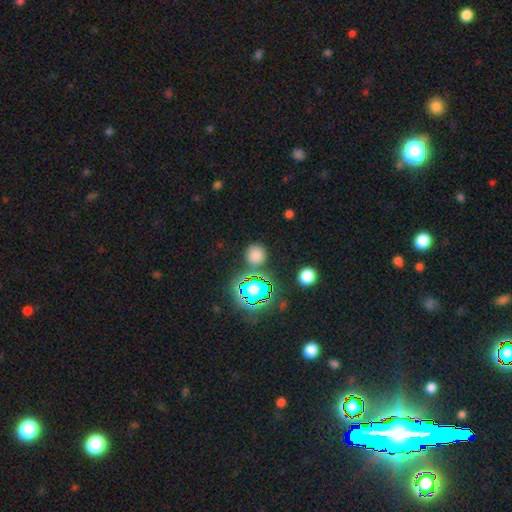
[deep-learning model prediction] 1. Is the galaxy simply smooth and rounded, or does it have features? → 68% smooth, 25% star or artifact, 7% featured or disk.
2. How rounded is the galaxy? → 90% round, 9% in between, 1% cigar-shaped.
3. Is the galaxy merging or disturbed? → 80% none, 10% minor disturbance, 6% merger, 4% major disturbance.